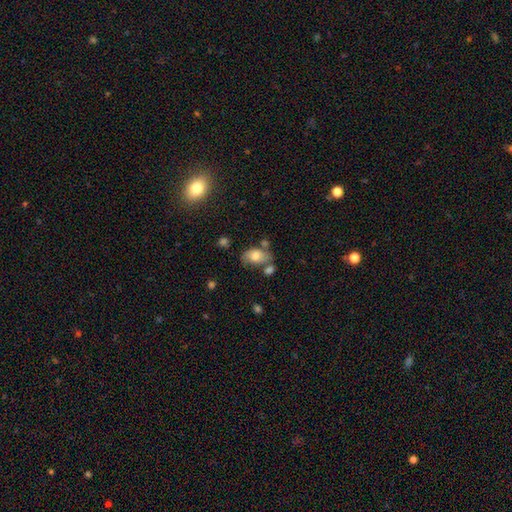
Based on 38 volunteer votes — Morphology: type=smooth (84%); roundness=in between (88%); merging=none (50%).